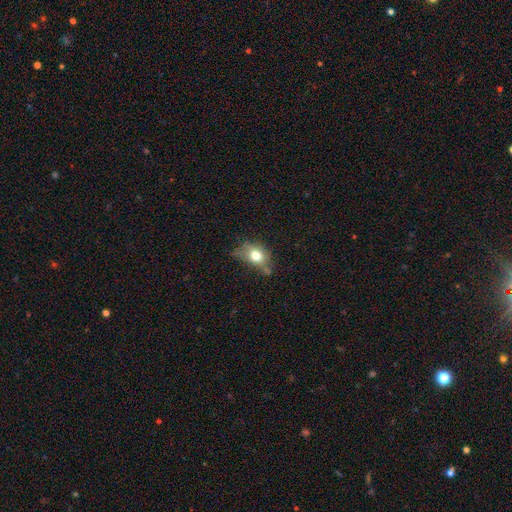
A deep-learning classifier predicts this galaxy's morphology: Smooth or featured? Predicted: smooth (p=0.73). How rounded? Predicted: in between (p=0.64). Merging? Predicted: none (p=0.42).